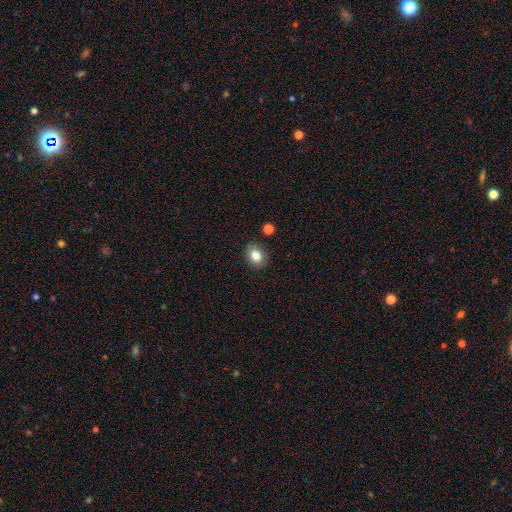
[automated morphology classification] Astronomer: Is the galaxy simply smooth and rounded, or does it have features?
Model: smooth — 81%.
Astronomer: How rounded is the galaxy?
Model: in between — 59% (runner-up: round, 40%).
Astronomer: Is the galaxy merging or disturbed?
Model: none — 85%.